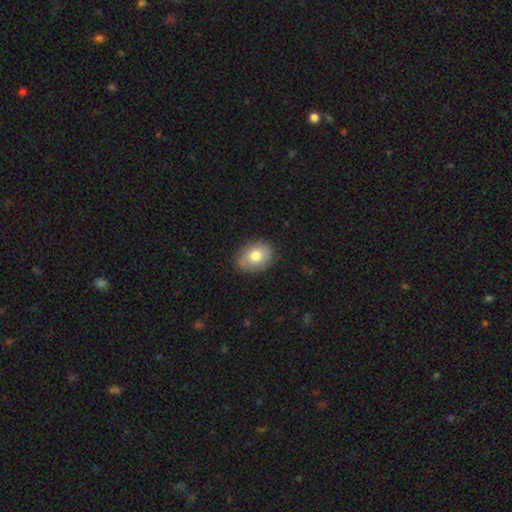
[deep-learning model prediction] smooth-or-featured: smooth: 75% | featured or disk: 18% | star or artifact: 7%
  how-rounded: in between: 70% | round: 29% | cigar-shaped: 1%
  merging: none: 83% | minor disturbance: 13% | major disturbance: 3% | merger: 1%